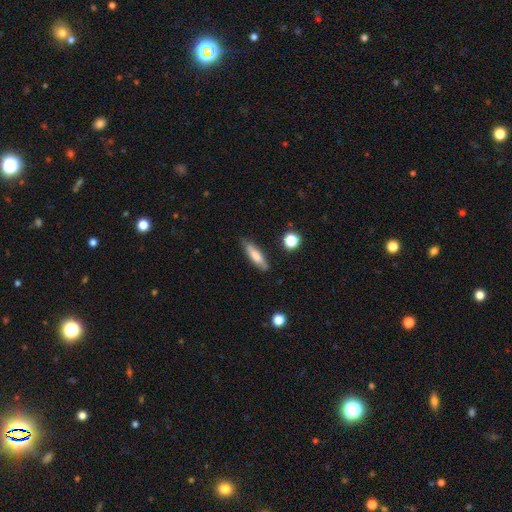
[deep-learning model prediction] This appears to be a smooth galaxy with no disk features (71%) that is cigar-shaped (63%). Merging: none (78%).